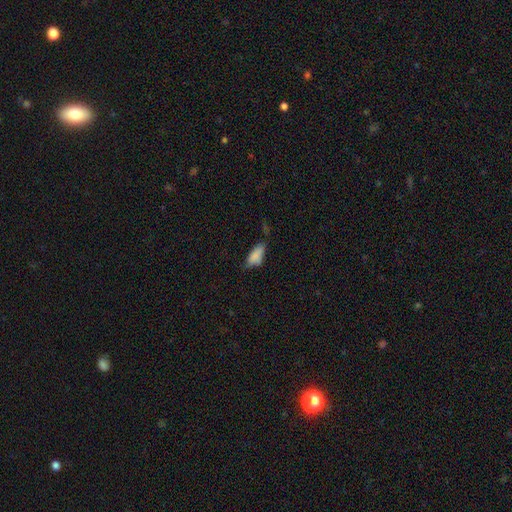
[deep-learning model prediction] smooth-or-featured: smooth: 80% | featured or disk: 11% | star or artifact: 9%
  how-rounded: in between: 79% | cigar-shaped: 18% | round: 3%
  merging: none: 40% | minor disturbance: 39% | major disturbance: 15% | merger: 6%